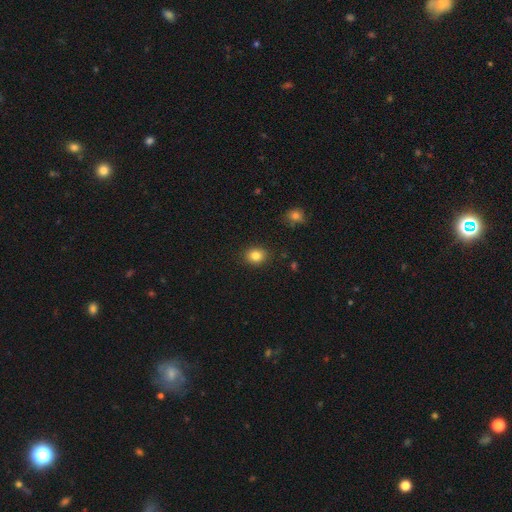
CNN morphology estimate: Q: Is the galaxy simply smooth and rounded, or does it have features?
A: smooth — 83%.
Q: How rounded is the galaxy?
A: round — 62%.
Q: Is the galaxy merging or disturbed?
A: none — 89%.